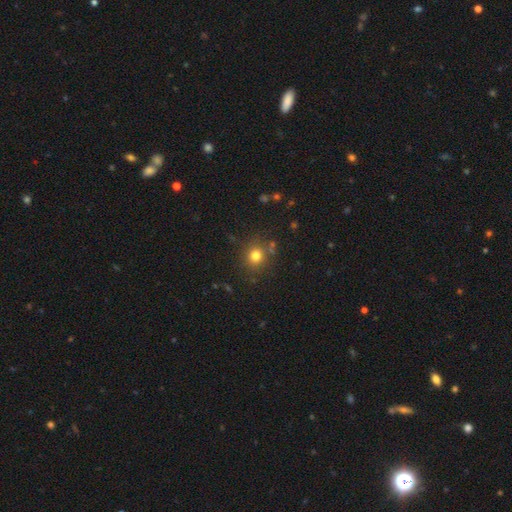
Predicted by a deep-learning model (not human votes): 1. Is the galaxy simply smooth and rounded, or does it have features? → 77% smooth, 16% star or artifact, 7% featured or disk.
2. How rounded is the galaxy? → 87% round, 12% in between, 1% cigar-shaped.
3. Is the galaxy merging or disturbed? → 82% none, 9% minor disturbance, 5% merger, 4% major disturbance.